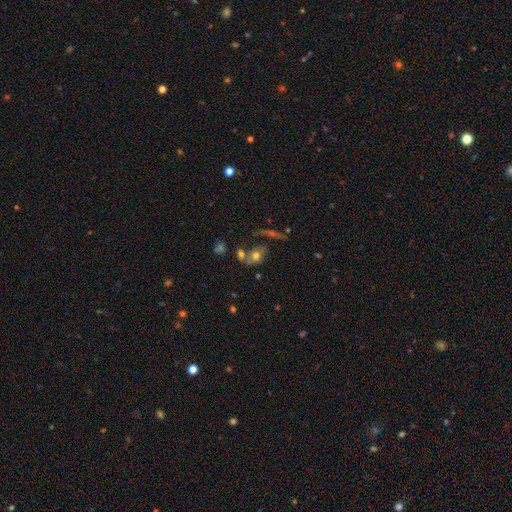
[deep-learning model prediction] Smooth or featured: smooth — 57% (featured or disk — 29%)
How rounded: in between — 57% (round — 41%)
Merging: none — 39% (merger — 33%)